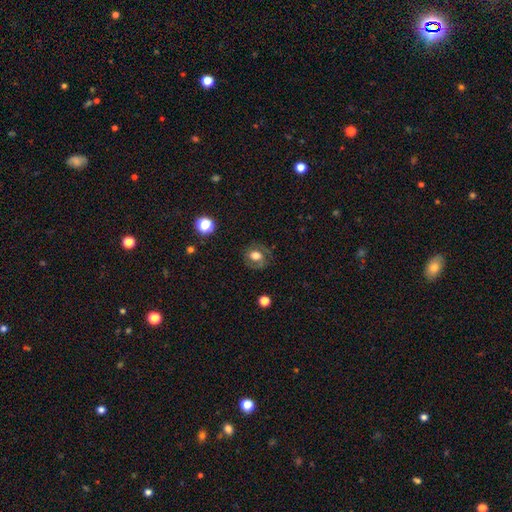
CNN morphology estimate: A smooth galaxy with no disk features (51%) that is round (64%). Merging: none (74%).